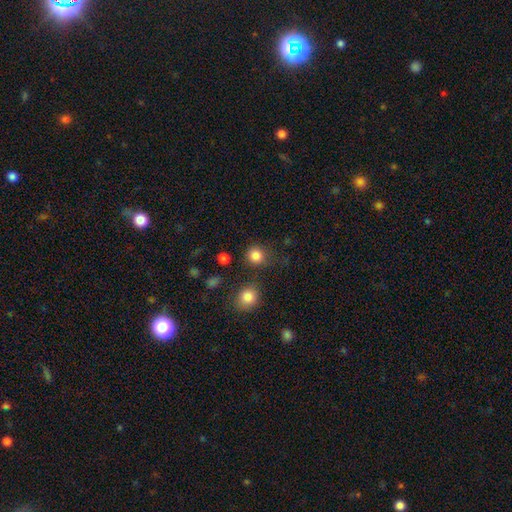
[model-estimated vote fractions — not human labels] Smooth or featured?
  - smooth: 84% *
  - star or artifact: 12%
  - featured or disk: 4%
How rounded?
  - round: 89% *
  - in between: 10%
  - cigar-shaped: 1%
Merging?
  - none: 78% *
  - minor disturbance: 11%
  - merger: 7%
  - major disturbance: 5%